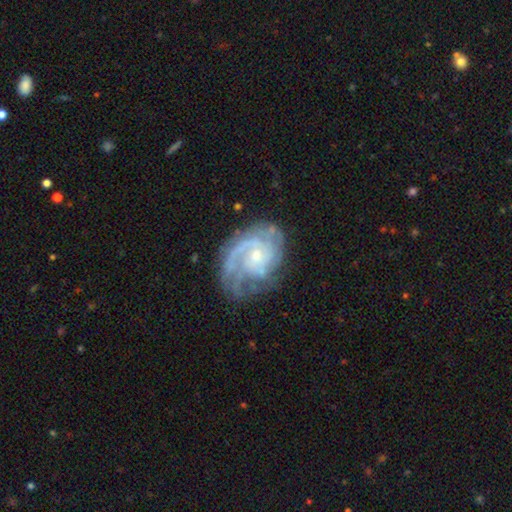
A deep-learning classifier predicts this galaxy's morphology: Q: Smooth or featured?
A: featured or disk (86%); runner-up: smooth (9%)
Q: Edge-on disk?
A: no (97%); runner-up: yes (3%)
Q: Bar?
A: no (69%); runner-up: weak (27%)
Q: Spiral arms?
A: yes (95%); runner-up: no (5%)
Q: Spiral winding?
A: tight (52%); runner-up: medium (36%)
Q: Spiral arm count?
A: can't tell (34%); runner-up: 2 (22%)
Q: Bulge size?
A: small (66%); runner-up: moderate (28%)
Q: Merging?
A: none (60%); runner-up: minor disturbance (22%)